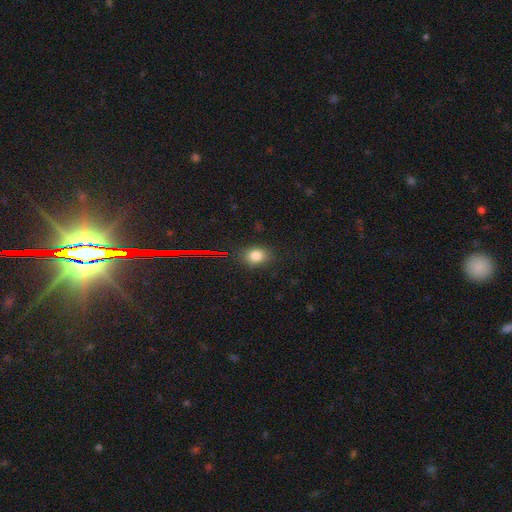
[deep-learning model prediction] A smooth galaxy with no disk features (77%) that is in between round and cigar-shaped (52%). Merging: none (81%).